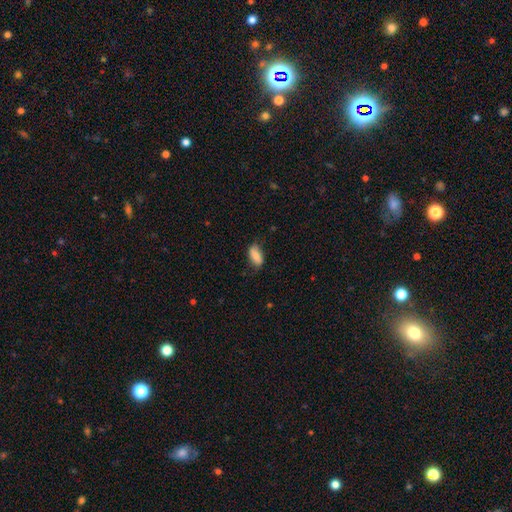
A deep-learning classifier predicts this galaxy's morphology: Smooth or featured? Predicted: smooth (p=0.83). How rounded? Predicted: in between (p=0.87). Merging? Predicted: none (p=0.71).